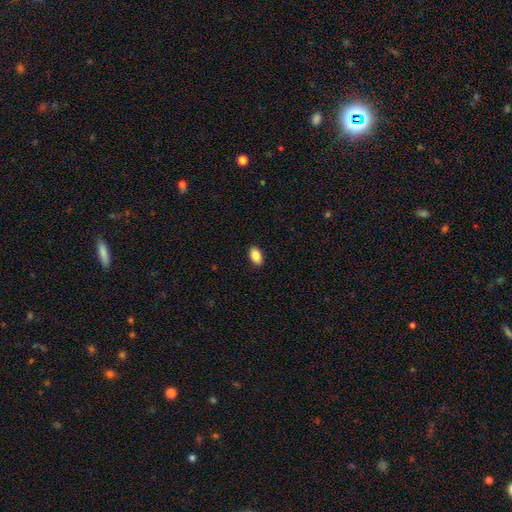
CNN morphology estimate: Smooth or featured?
  - smooth: 87% *
  - star or artifact: 7%
  - featured or disk: 6%
How rounded?
  - in between: 92% *
  - round: 6%
  - cigar-shaped: 3%
Merging?
  - none: 90% *
  - minor disturbance: 7%
  - major disturbance: 2%
  - merger: 1%